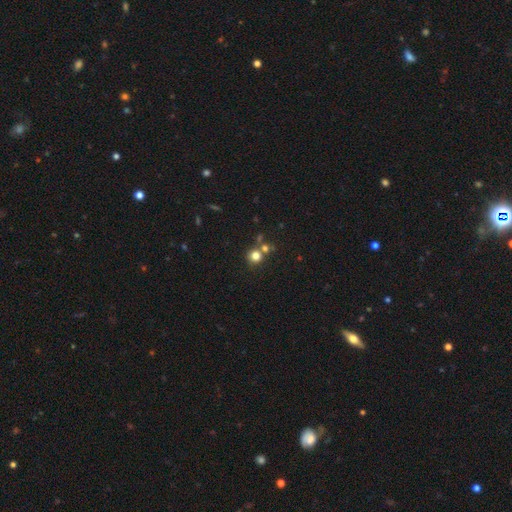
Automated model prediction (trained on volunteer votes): This is likely a smooth galaxy (77%). How rounded: clearly round (90%). Merging: likely none (66%).